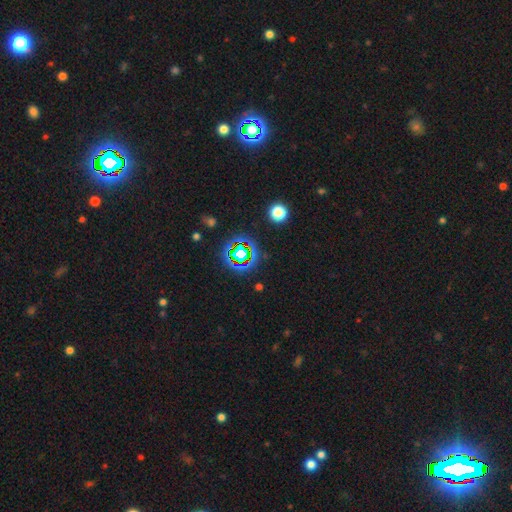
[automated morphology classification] Smooth or featured? star or artifact (74%)